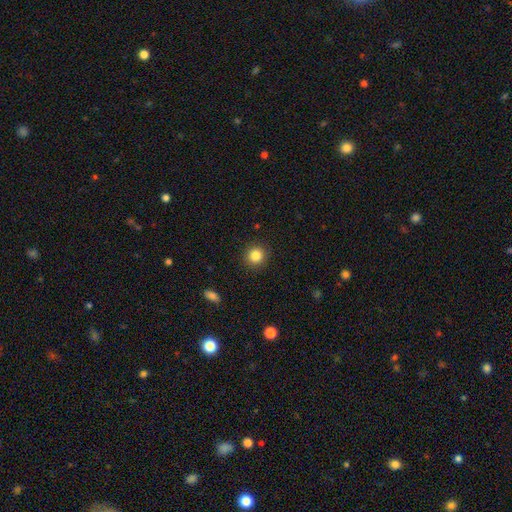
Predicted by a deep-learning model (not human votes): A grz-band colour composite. It shows a smooth galaxy with no disk features (84%) that is round (91%). Merging: none (91%).